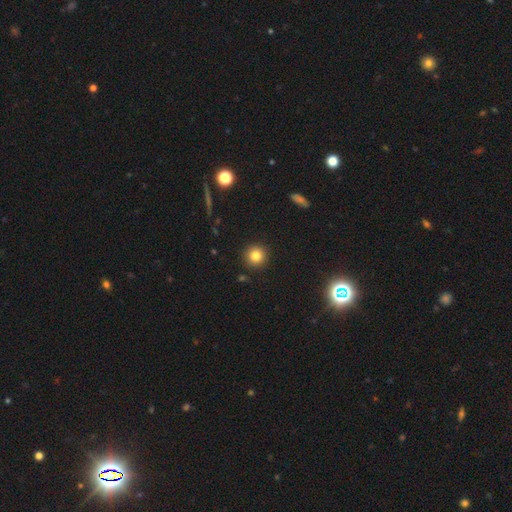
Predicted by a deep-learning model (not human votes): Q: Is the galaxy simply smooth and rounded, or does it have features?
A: smooth — 83%.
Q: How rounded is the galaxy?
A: round — 93%.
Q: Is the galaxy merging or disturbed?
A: none — 91%.